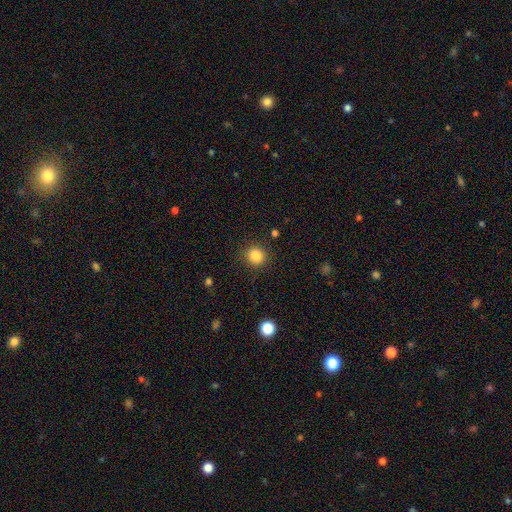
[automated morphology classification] Smooth or featured: smooth — 85% (star or artifact — 11%)
How rounded: round — 90% (in between — 9%)
Merging: none — 89% (minor disturbance — 7%)